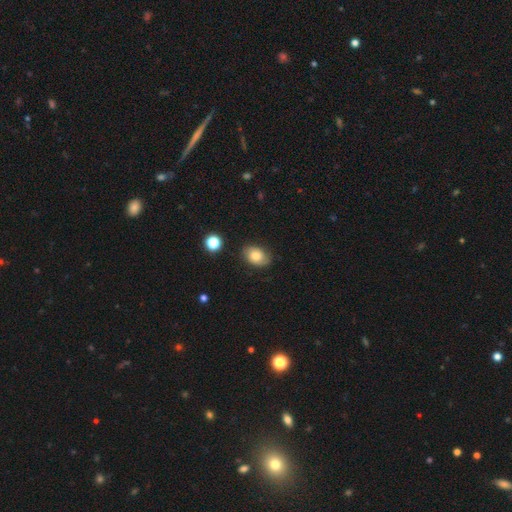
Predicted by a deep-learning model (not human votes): This is likely a smooth galaxy (68%). How rounded: likely in between (75%). Merging: likely none (77%).